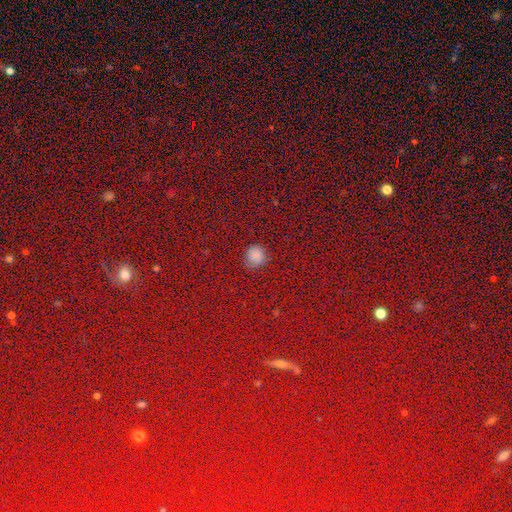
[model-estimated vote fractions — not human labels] Overall: smooth (66%). How rounded: round (82%). Merging: none (76%).